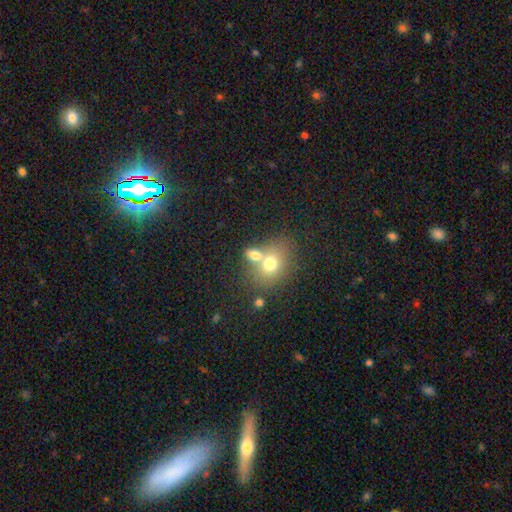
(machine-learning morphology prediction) smooth-or-featured: smooth: 48% | star or artifact: 36% | featured or disk: 16%
  merging: none: 57% | merger: 30% | minor disturbance: 9% | major disturbance: 4%